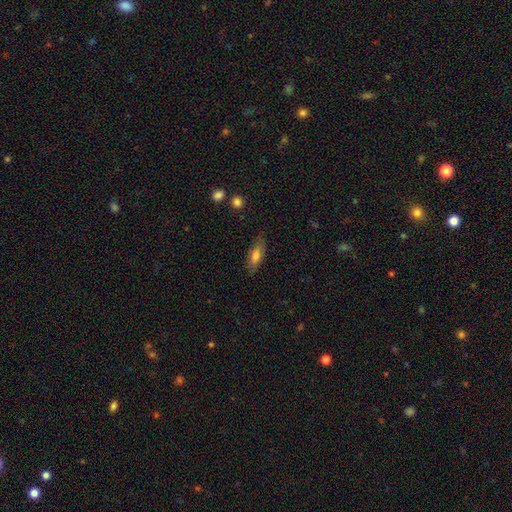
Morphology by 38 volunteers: A smooth galaxy with no disk features (66%) that is cigar-shaped (60%).

Vote fractions:
- Smooth or featured? smooth: 66% / featured or disk: 29% / star or artifact: 5%
- How rounded? cigar-shaped: 60% / in between: 40% / round: 0%
- Merging? none: 83% / minor disturbance: 11% / major disturbance: 6% / merger: 0%